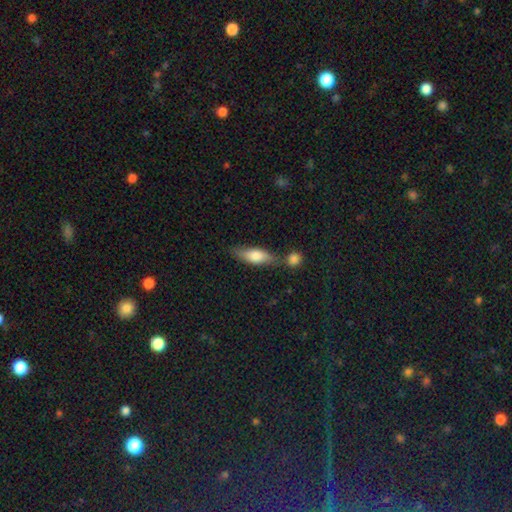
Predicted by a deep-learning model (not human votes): The model was most divided on "how rounded": in between: 60%, cigar-shaped: 37%, round: 3%. More confident: smooth or featured — smooth (70%); merging — none (60%).